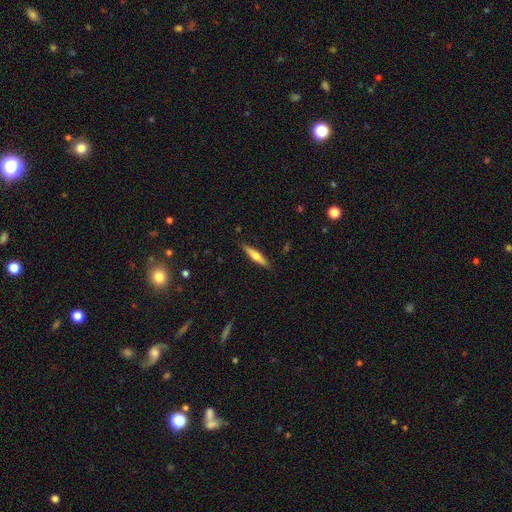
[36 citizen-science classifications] smooth-or-featured: smooth: 53% | featured or disk: 42% | star or artifact: 6%
  how-rounded: cigar-shaped: 84% | in between: 11% | round: 5%
  merging: none: 94% | minor disturbance: 6% | major disturbance: 0% | merger: 0%